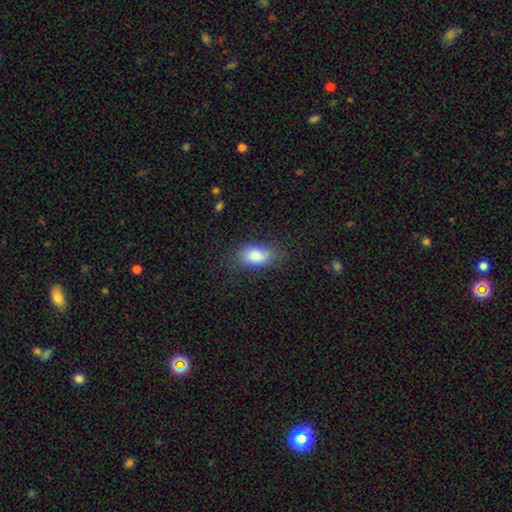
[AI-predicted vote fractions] smooth 83%, featured or disk 9%, star or artifact 8%. Down the decision tree: how rounded — in between (89%); merging — none (66%).